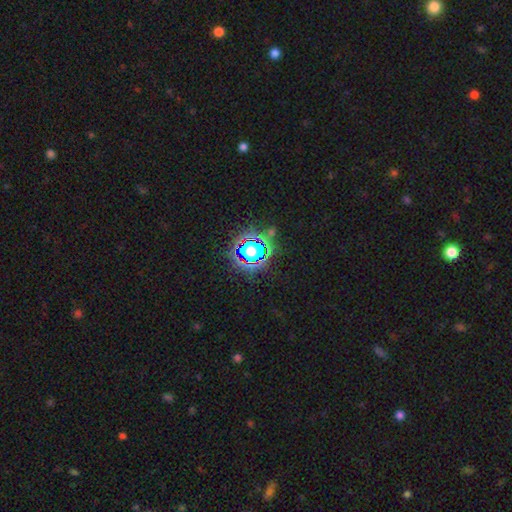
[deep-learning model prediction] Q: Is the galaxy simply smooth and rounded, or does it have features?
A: star or artifact — 65%.